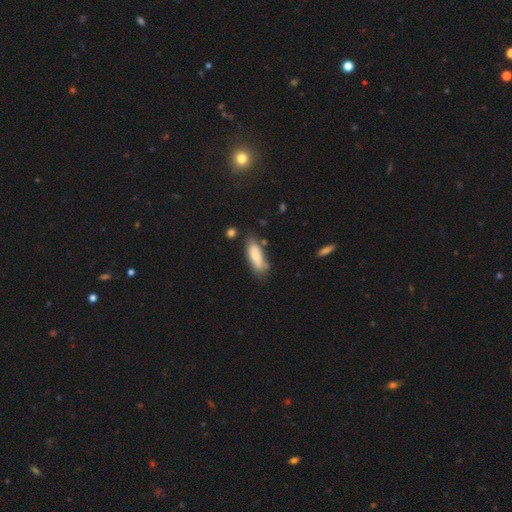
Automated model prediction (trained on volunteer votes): Smooth or featured? smooth (78%)
How rounded? in between (64%)
Merging? none (67%)